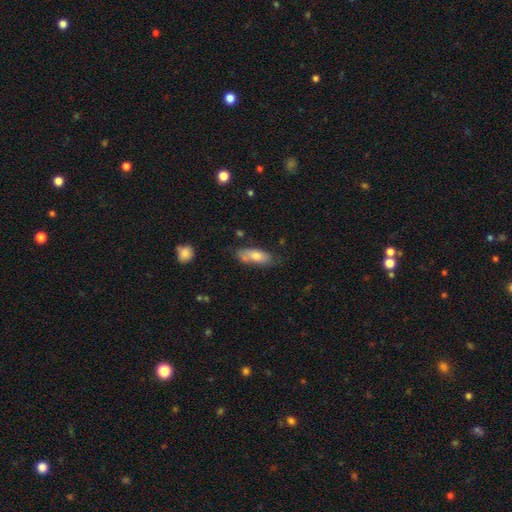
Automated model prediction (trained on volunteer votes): Smooth or featured: smooth — 70% (featured or disk — 23%)
How rounded: in between — 73% (cigar-shaped — 25%)
Merging: none — 58% (minor disturbance — 26%)